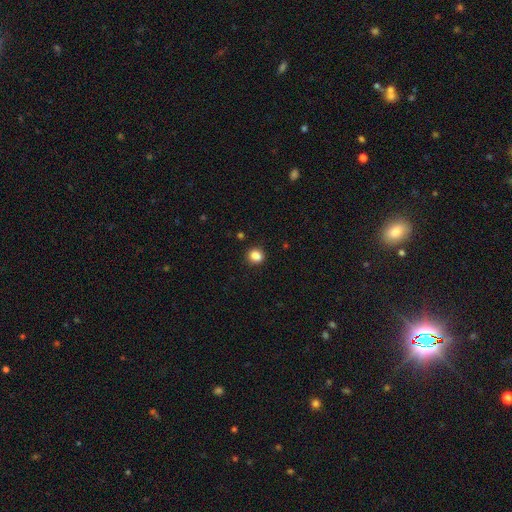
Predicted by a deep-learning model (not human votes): Overall: smooth (86%). How rounded: round (76%). Merging: none (88%).